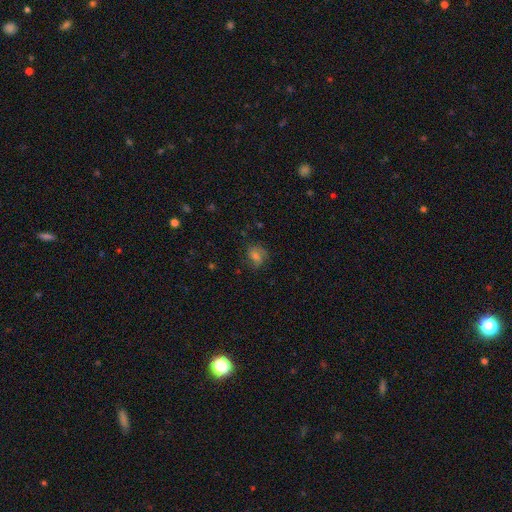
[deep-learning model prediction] This is possibly a smooth galaxy (45%). Merging: likely none (68%).